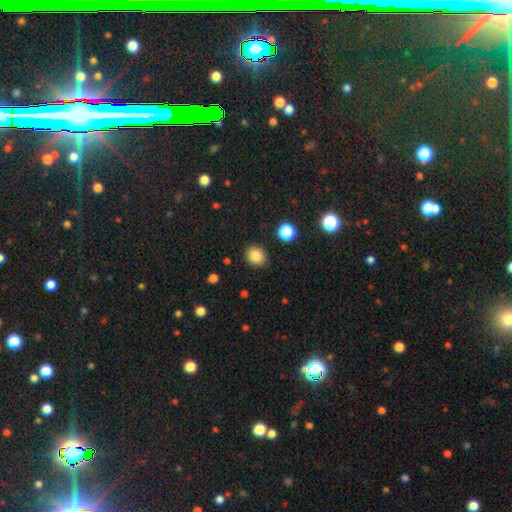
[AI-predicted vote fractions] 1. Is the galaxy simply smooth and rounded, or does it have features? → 83% smooth, 11% star or artifact, 6% featured or disk.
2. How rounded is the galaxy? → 79% round, 20% in between, 1% cigar-shaped.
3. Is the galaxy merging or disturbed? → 89% none, 7% minor disturbance, 2% major disturbance, 2% merger.